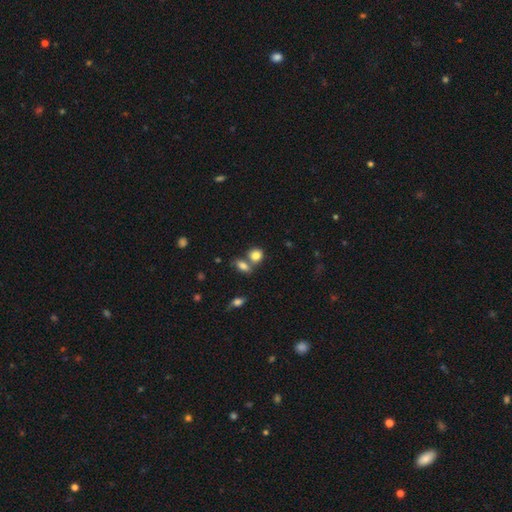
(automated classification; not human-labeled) Smooth or featured? Predicted: smooth (p=0.83). How rounded? Predicted: round (p=0.61). Merging? Predicted: none (p=0.48).